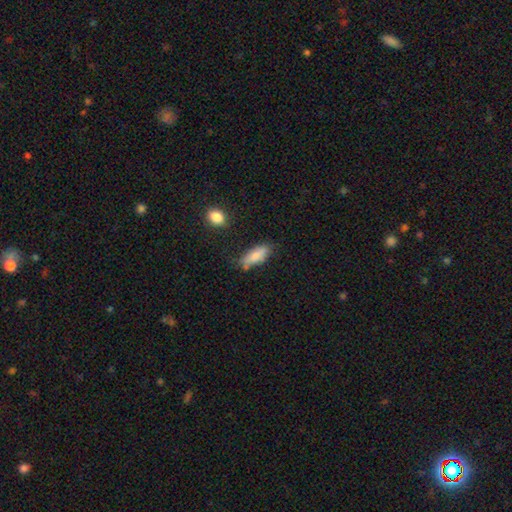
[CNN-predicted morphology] type=smooth (80%); roundness=in between (69%); merging=none (62%).